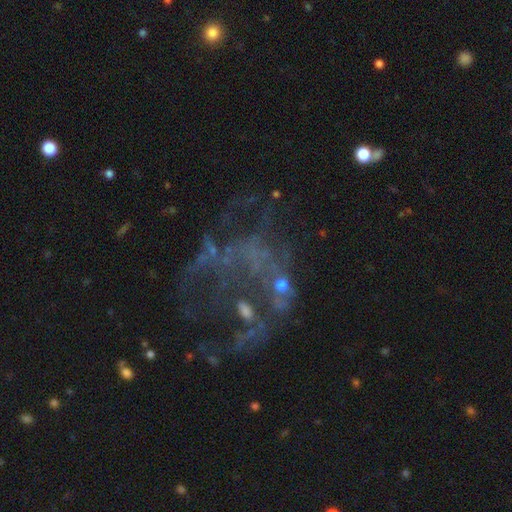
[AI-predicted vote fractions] featured or disk 57%, star or artifact 28%, smooth 14%. Down the decision tree: edge-on disk — no (97%); bar — no (88%); spiral arms — no (81%); bulge size — none (70%); merging — major disturbance (38%).